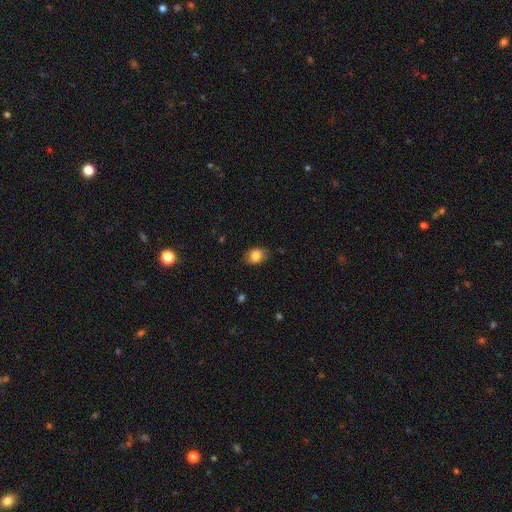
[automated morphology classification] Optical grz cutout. It shows a smooth galaxy with no disk features (84%) that is in between round and cigar-shaped (67%). Merging: none (78%).